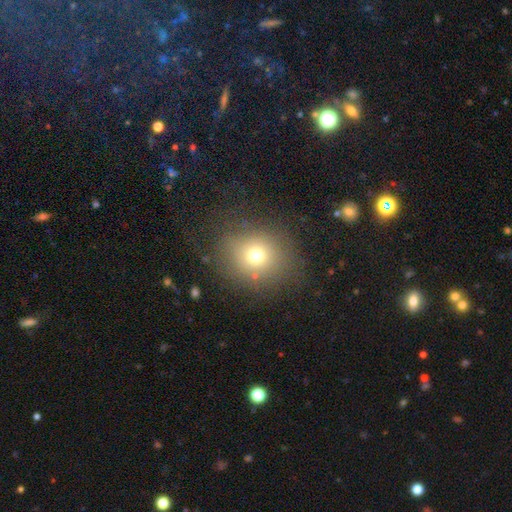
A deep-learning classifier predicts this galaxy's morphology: A smooth galaxy with no disk features (70%) that is round (77%). Merging: none (79%).